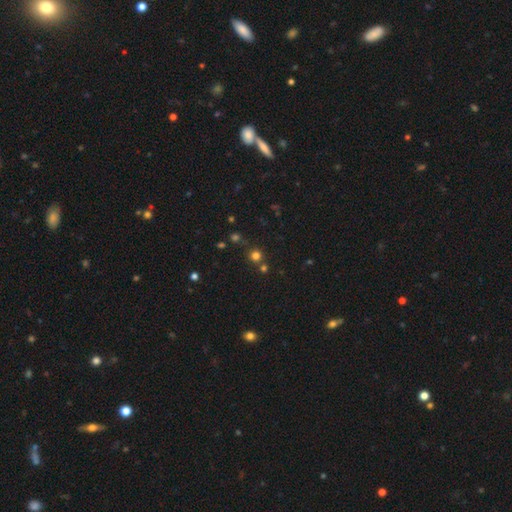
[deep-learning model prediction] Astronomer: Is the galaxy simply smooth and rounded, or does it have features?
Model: smooth — 70%.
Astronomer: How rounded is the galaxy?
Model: round — 92%.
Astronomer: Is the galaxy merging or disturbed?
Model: none — 76%.